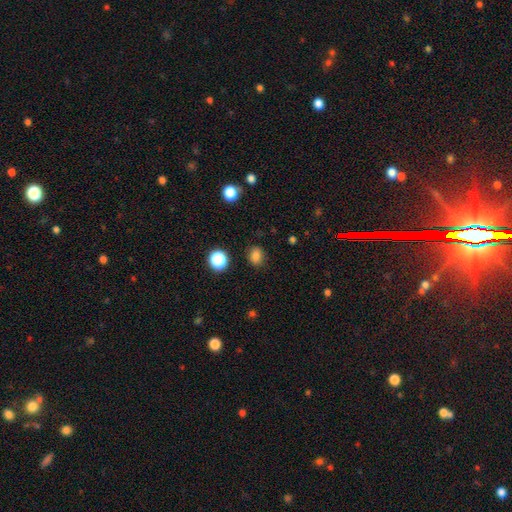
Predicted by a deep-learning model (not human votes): smooth-or-featured: smooth: 81% | star or artifact: 14% | featured or disk: 5%
  how-rounded: round: 54% | in between: 45% | cigar-shaped: 1%
  merging: none: 86% | minor disturbance: 10% | major disturbance: 3% | merger: 2%